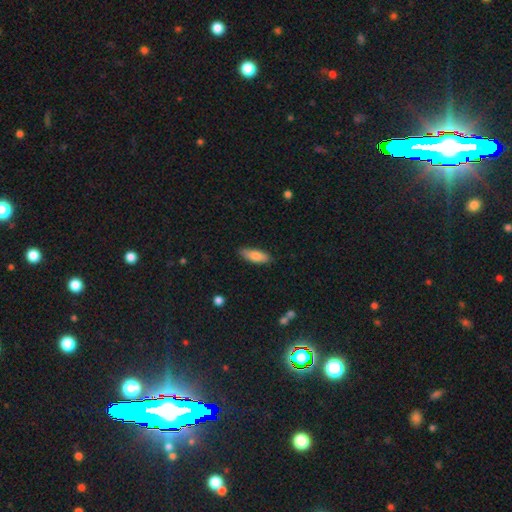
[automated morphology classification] smooth 80%, featured or disk 14%, star or artifact 6%. Down the decision tree: how rounded — in between (64%); merging — none (85%).